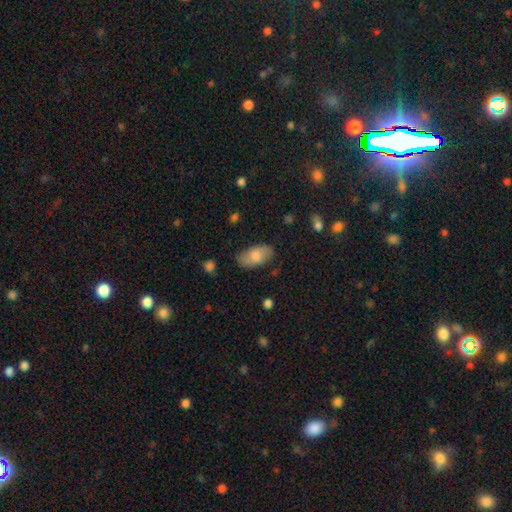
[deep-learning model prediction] Q: Smooth or featured?
A: smooth (74%); runner-up: featured or disk (19%)
Q: How rounded?
A: in between (94%); runner-up: round (3%)
Q: Merging?
A: none (79%); runner-up: minor disturbance (16%)